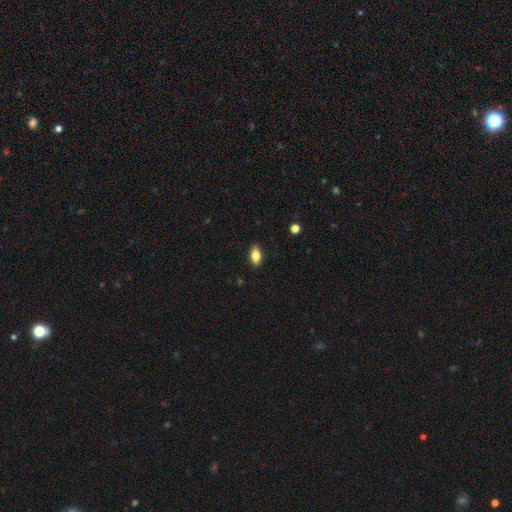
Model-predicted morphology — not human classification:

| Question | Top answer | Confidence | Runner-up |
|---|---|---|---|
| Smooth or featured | smooth | 83% | featured or disk (9%) |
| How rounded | in between | 90% | cigar-shaped (6%) |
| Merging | none | 88% | minor disturbance (9%) |